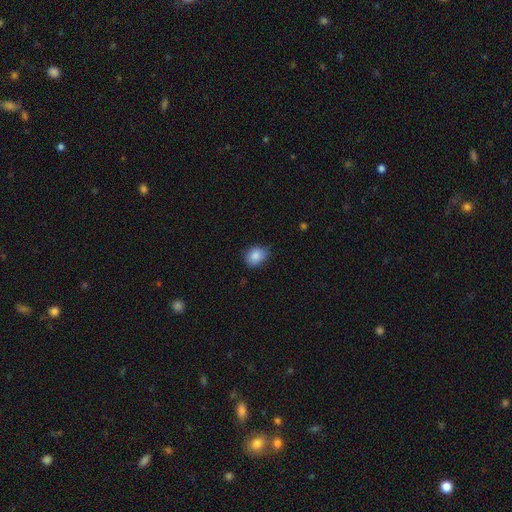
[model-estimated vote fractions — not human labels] Smooth or featured: smooth — 87% (star or artifact — 8%)
How rounded: in between — 52% (round — 47%)
Merging: none — 74% (minor disturbance — 22%)